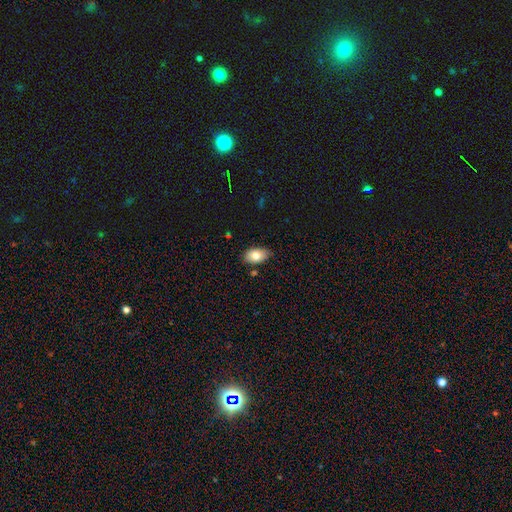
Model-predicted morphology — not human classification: smooth 79%, featured or disk 14%, star or artifact 8%. Down the decision tree: how rounded — in between (91%); merging — none (81%).